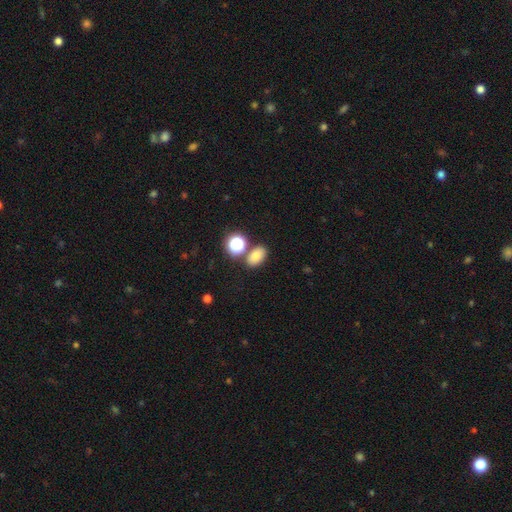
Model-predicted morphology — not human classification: Smooth or featured? smooth (77%)
How rounded? in between (77%)
Merging? none (73%)